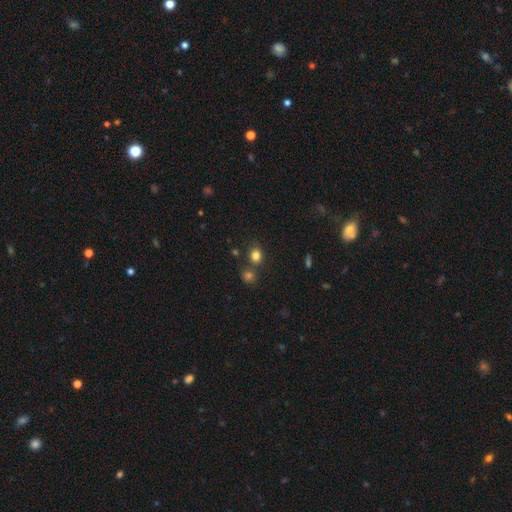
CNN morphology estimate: Overall: smooth (80%). How rounded: round (59%; in between 40%). Merging: none (69%).